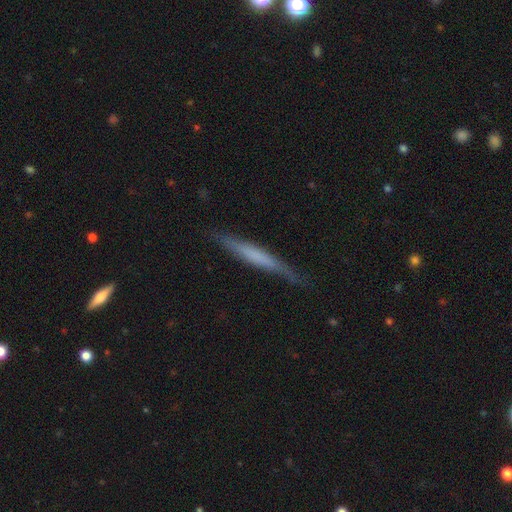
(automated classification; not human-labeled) Smooth or featured?
  - smooth: 48% *
  - featured or disk: 46%
  - star or artifact: 6%
Merging?
  - none: 78% *
  - minor disturbance: 17%
  - major disturbance: 4%
  - merger: 2%